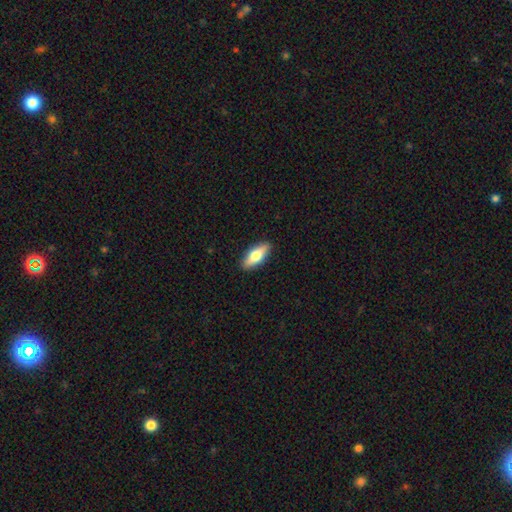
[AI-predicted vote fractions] Overall: smooth (63%; featured or disk 31%). How rounded: in between (69%; cigar-shaped 29%). Merging: none (90%).